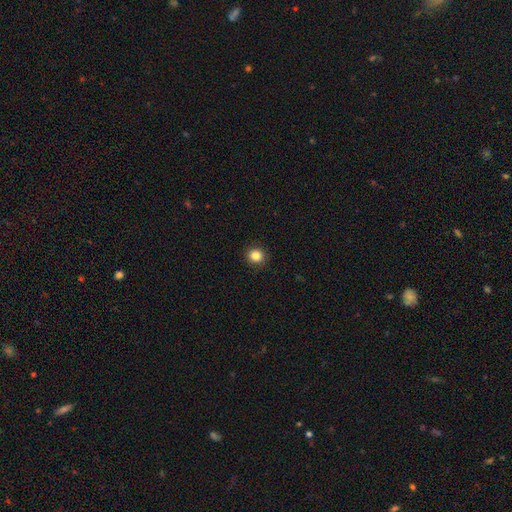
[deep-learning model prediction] Smooth or featured? smooth (84%)
How rounded? round (89%)
Merging? none (93%)